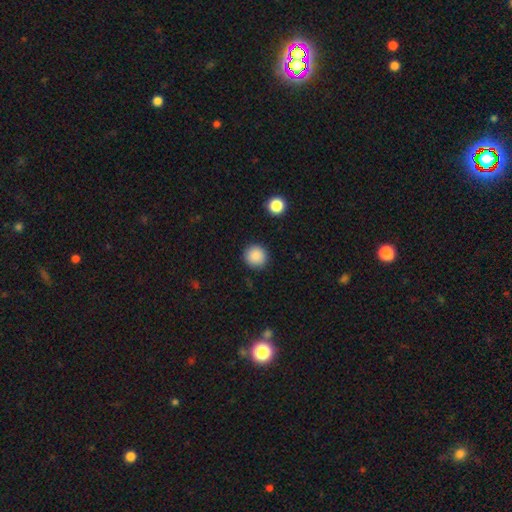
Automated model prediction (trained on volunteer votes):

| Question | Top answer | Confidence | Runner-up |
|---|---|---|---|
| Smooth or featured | smooth | 88% | star or artifact (9%) |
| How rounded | round | 94% | in between (5%) |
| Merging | none | 90% | minor disturbance (7%) |